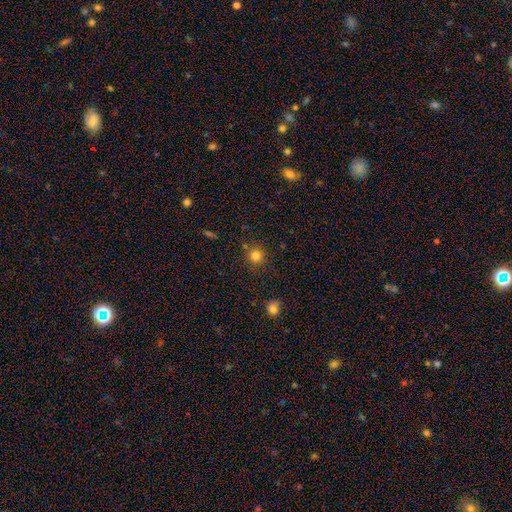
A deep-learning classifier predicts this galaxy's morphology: Smooth or featured? Predicted: smooth (p=0.81). How rounded? Predicted: round (p=0.93). Merging? Predicted: none (p=0.84).